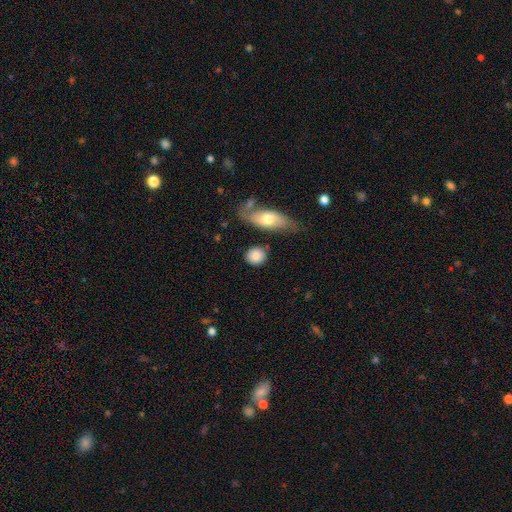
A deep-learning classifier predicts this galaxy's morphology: Smooth or featured?
  - smooth: 84% *
  - featured or disk: 9%
  - star or artifact: 7%
How rounded?
  - round: 74% *
  - in between: 23%
  - cigar-shaped: 3%
Merging?
  - none: 77% *
  - minor disturbance: 12%
  - merger: 7%
  - major disturbance: 4%